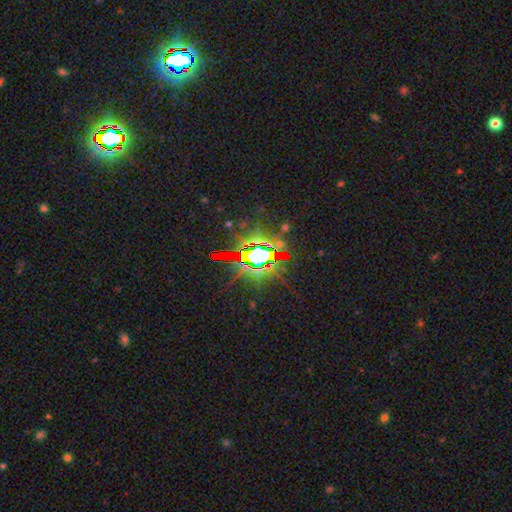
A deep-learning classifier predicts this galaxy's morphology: Smooth or featured? Predicted: star or artifact (p=0.81).